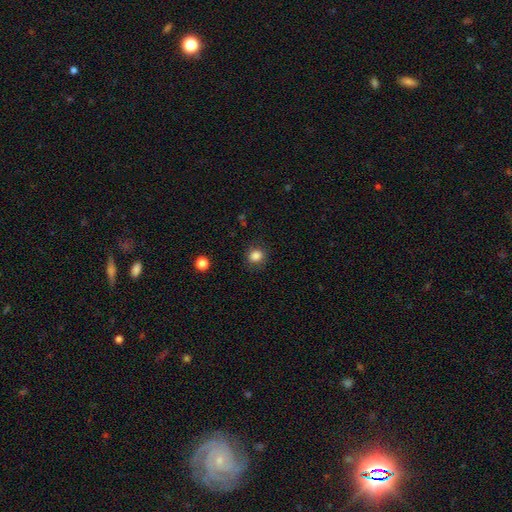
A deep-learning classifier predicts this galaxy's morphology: smooth 85%, star or artifact 11%, featured or disk 4%. Down the decision tree: how rounded — round (74%); merging — none (84%).